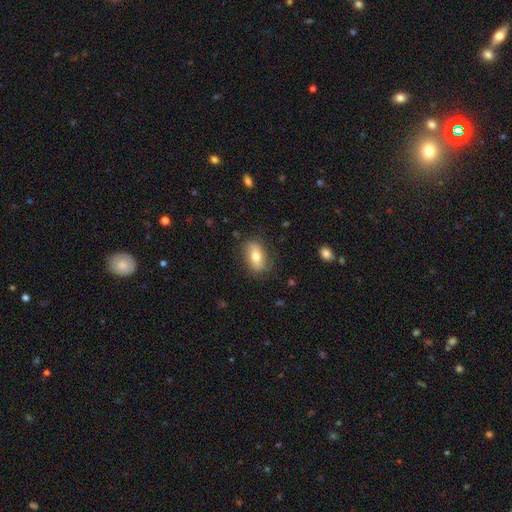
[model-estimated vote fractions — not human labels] Smooth or featured?
  - smooth: 69% *
  - featured or disk: 25%
  - star or artifact: 7%
How rounded?
  - in between: 87% *
  - round: 9%
  - cigar-shaped: 4%
Merging?
  - none: 81% *
  - minor disturbance: 14%
  - major disturbance: 4%
  - merger: 1%